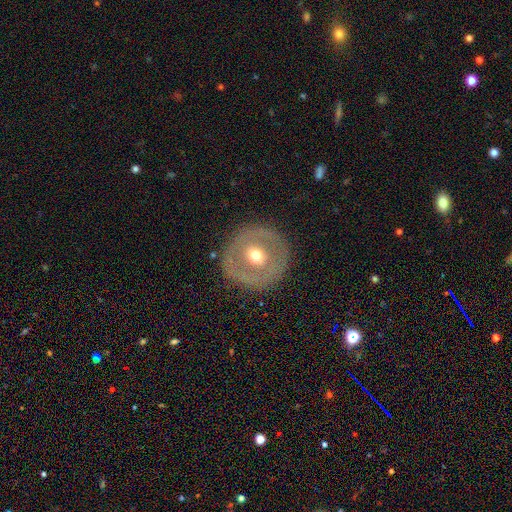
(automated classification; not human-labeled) Overall: featured or disk (54%; smooth 40%). Edge-on disk: no (93%). Merging: none (85%).